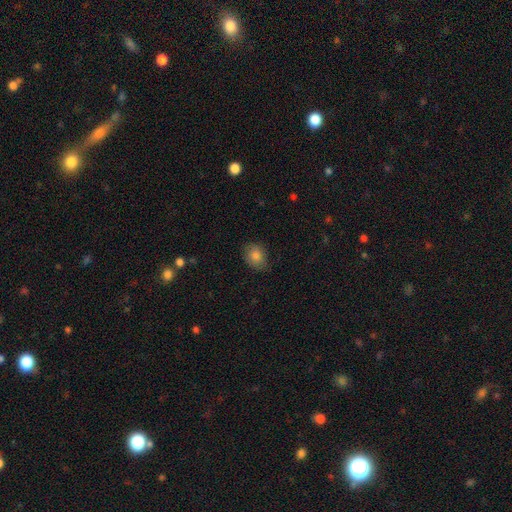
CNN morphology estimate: Overall: smooth (83%). How rounded: round (52%; in between 47%). Merging: none (78%).